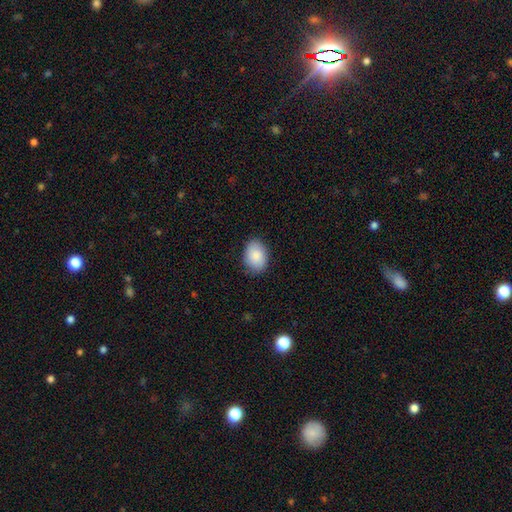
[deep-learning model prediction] The model was most divided on "how rounded": in between: 74%, round: 25%, cigar-shaped: 1%. More confident: smooth or featured — smooth (87%); merging — none (85%).